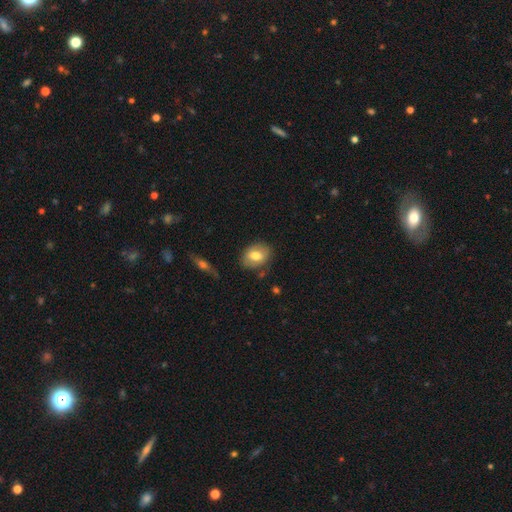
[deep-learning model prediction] smooth-or-featured: smooth: 70% | featured or disk: 22% | star or artifact: 7%
  how-rounded: in between: 66% | round: 33% | cigar-shaped: 1%
  merging: none: 78% | minor disturbance: 15% | major disturbance: 4% | merger: 3%